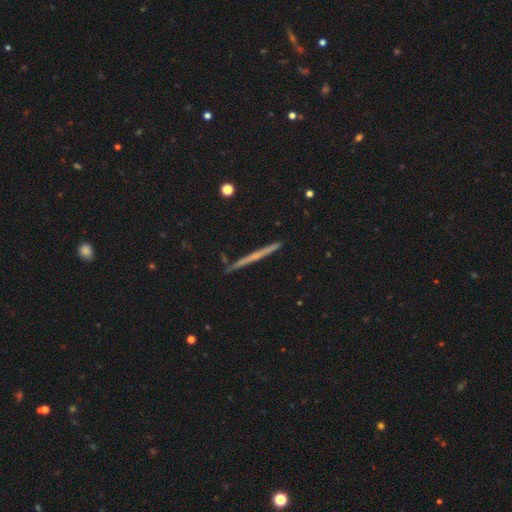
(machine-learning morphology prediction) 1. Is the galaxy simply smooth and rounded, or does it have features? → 61% featured or disk, 32% smooth, 7% star or artifact.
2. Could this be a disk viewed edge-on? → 98% yes, 2% no.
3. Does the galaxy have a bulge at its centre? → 79% none, 17% rounded, 4% boxy.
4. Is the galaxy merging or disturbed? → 91% none, 7% minor disturbance, 1% merger, 1% major disturbance.